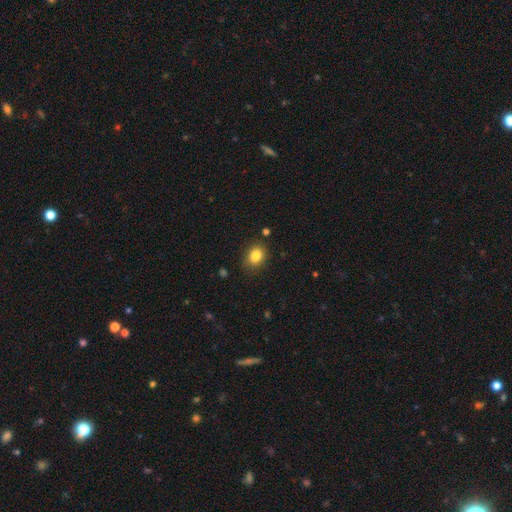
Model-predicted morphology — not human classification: Smooth or featured? Predicted: smooth (p=0.84). How rounded? Predicted: in between (p=0.50). Merging? Predicted: none (p=0.84).